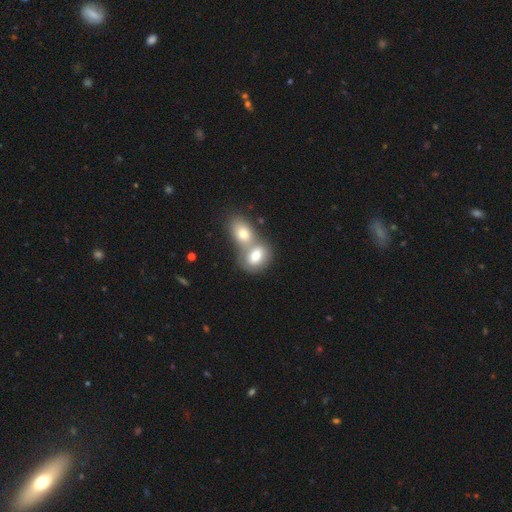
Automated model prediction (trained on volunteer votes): smooth-or-featured: smooth: 74% | featured or disk: 19% | star or artifact: 8%
  how-rounded: in between: 75% | round: 24% | cigar-shaped: 2%
  merging: merger: 64% | none: 26% | minor disturbance: 7% | major disturbance: 3%